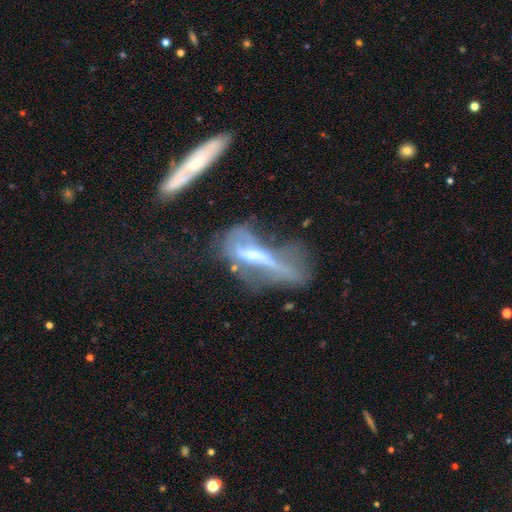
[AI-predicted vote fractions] This is likely a featured or disk galaxy (63%). It is likely not viewed edge-on (63%). Merging: marginally major disturbance (45%).